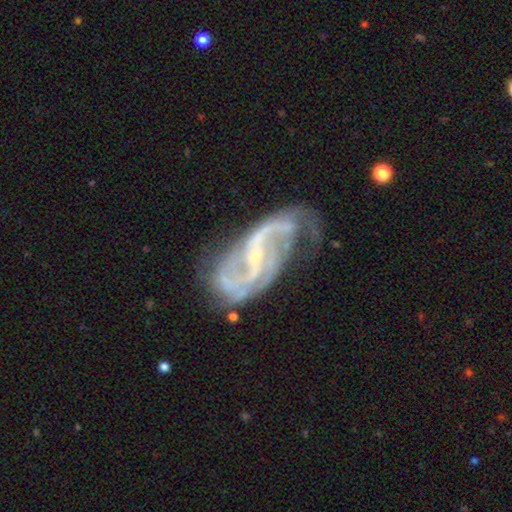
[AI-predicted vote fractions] Smooth or featured? featured or disk (89%)
Edge-on disk? no (96%)
Bar? weak (48%)
Spiral arms? yes (96%)
Spiral winding? medium (44%)
Spiral arm count? 2 (68%)
Bulge size? small (73%)
Merging? none (47%)